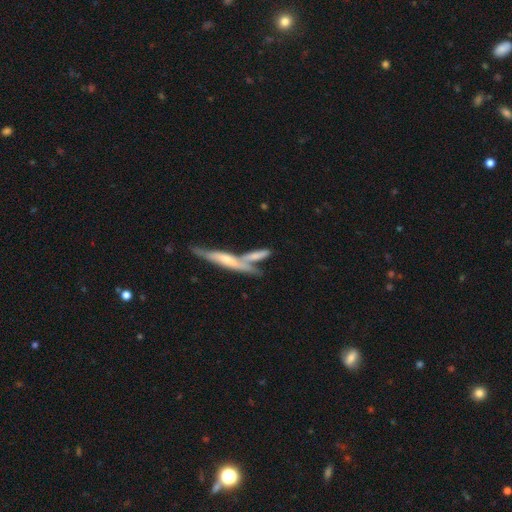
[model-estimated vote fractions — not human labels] The model was most divided on "smooth or featured": smooth: 54%, featured or disk: 38%, star or artifact: 8%. More confident: how rounded — cigar-shaped (71%); merging — merger (52%).